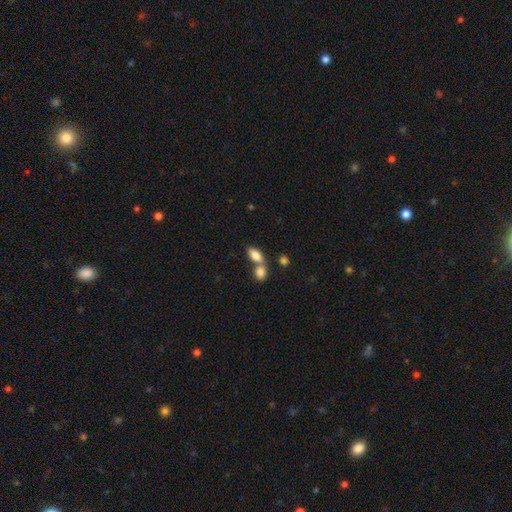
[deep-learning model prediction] This appears to be a smooth galaxy with no disk features (83%) that is in between round and cigar-shaped (89%). Merging: merger (53%).